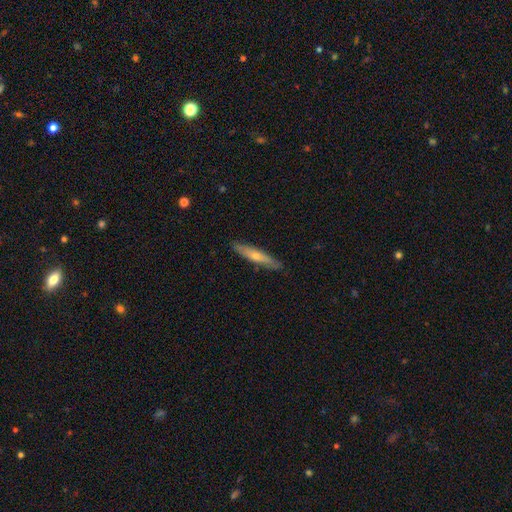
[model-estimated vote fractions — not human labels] featured or disk 48%, smooth 46%, star or artifact 6%. Down the decision tree: merging — none (87%).